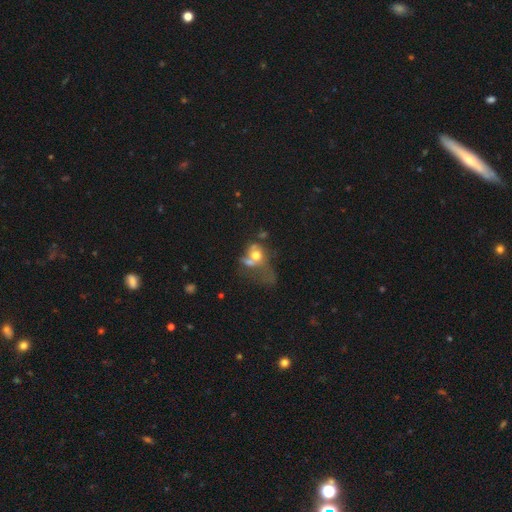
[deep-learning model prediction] This appears to be a smooth galaxy with no disk features (53%) that is round (51%). Merging: merger (42%).